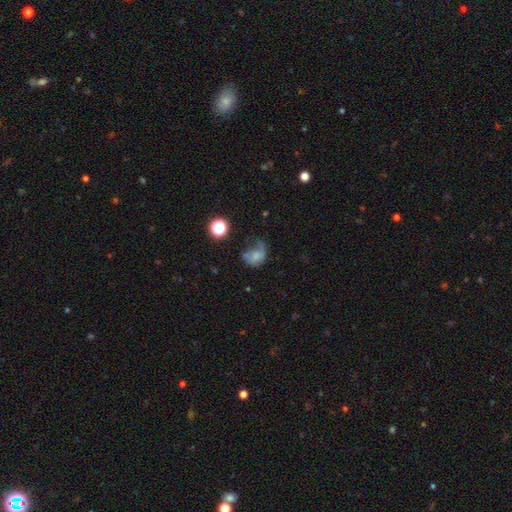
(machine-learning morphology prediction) A smooth galaxy with no disk features (60%) that is in between round and cigar-shaped (52%). Merging: major disturbance (46%).